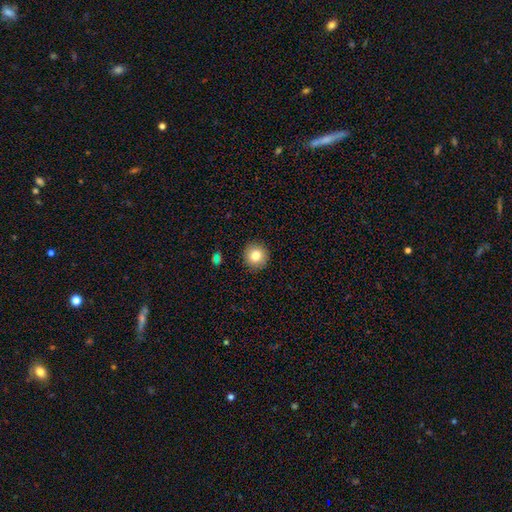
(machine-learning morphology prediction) Smooth or featured: smooth — 81% (star or artifact — 10%)
How rounded: round — 94% (in between — 5%)
Merging: none — 92% (minor disturbance — 5%)